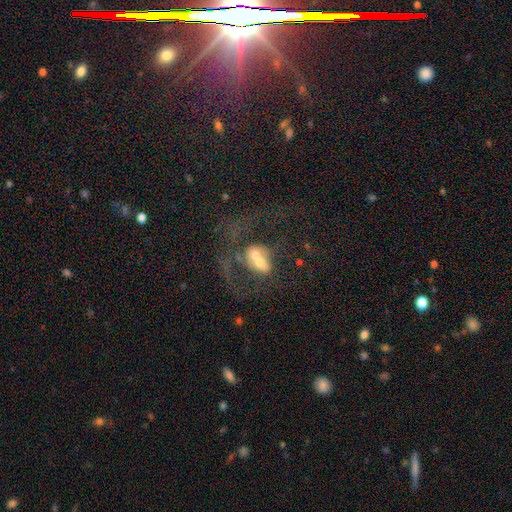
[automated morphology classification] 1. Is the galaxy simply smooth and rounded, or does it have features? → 44% featured or disk (tied), 44% smooth (tied), 12% star or artifact.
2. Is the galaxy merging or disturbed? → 68% merger, 14% major disturbance, 12% none, 6% minor disturbance.